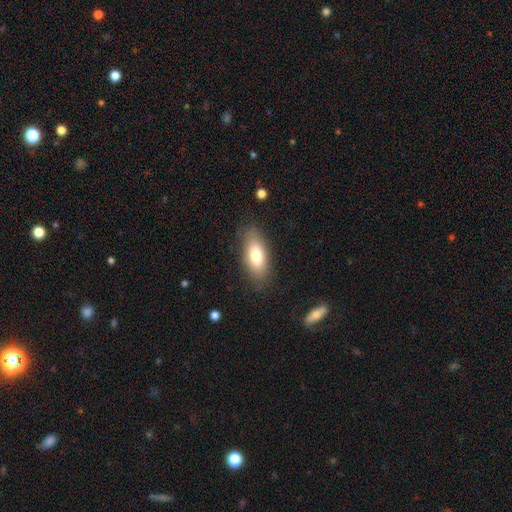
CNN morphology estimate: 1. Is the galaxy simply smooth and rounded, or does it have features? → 74% smooth, 18% featured or disk, 8% star or artifact.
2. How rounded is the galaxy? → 83% in between, 13% cigar-shaped, 4% round.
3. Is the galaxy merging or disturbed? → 82% none, 13% minor disturbance, 4% major disturbance, 1% merger.